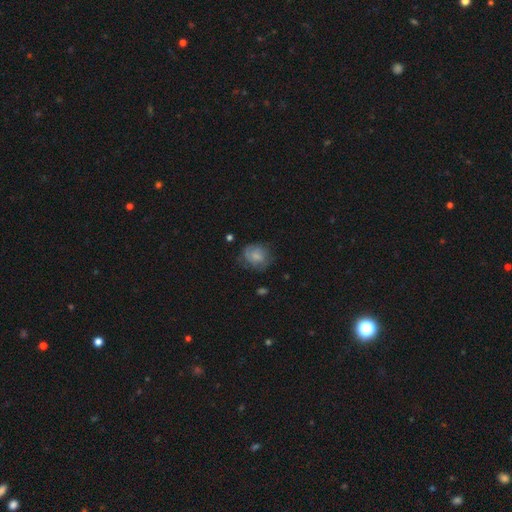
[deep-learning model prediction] This is likely a smooth galaxy (62%). How rounded: likely round (62%). Merging: possibly none (59%).